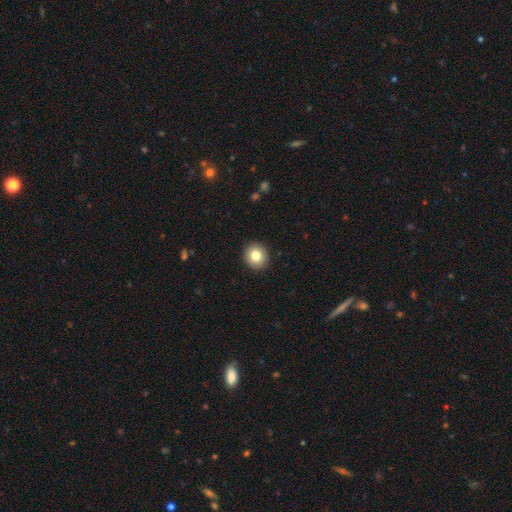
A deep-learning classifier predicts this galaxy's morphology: Smooth or featured?
  - smooth: 81% *
  - star or artifact: 10%
  - featured or disk: 9%
How rounded?
  - round: 89% *
  - in between: 11%
  - cigar-shaped: 1%
Merging?
  - none: 92% *
  - minor disturbance: 5%
  - major disturbance: 2%
  - merger: 1%